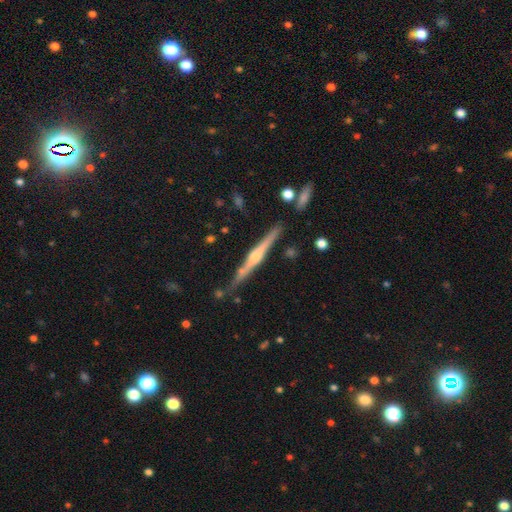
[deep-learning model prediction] This is likely a featured or disk galaxy (77%). It is clearly viewed edge-on (98%). Edge-on bulge: clearly rounded (80%). Merging: clearly none (82%).